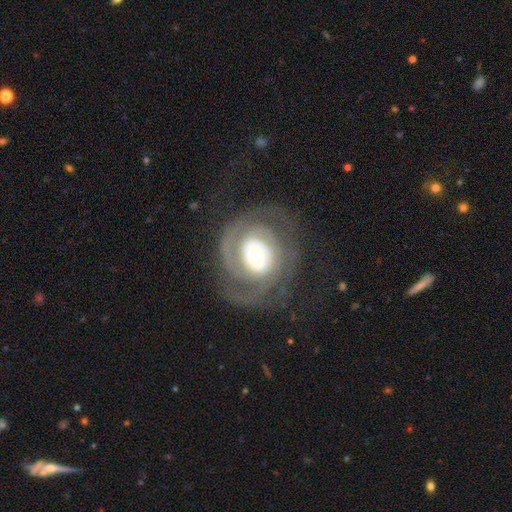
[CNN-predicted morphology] featured or disk 84%, smooth 10%, star or artifact 5%. Down the decision tree: edge-on disk — no (97%); bar — no (74%); spiral arms — yes (89%); spiral arm count — 2 (41%); spiral winding — tight (62%); bulge size — moderate (64%); merging — none (69%).